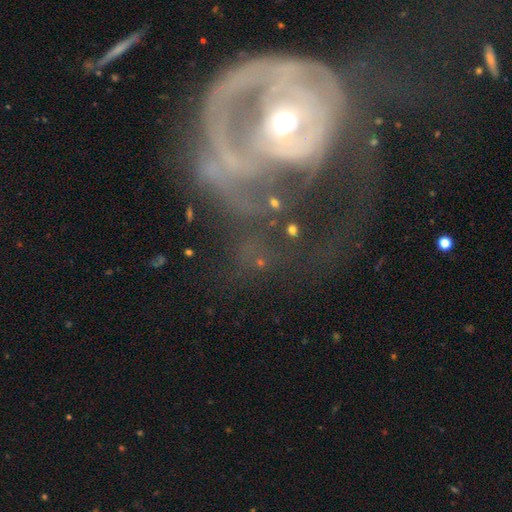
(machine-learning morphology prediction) Smooth or featured? featured or disk (70%)
Edge-on disk? no (96%)
Bar? no (62%)
Spiral arms? yes (56%)
Bulge size? moderate (57%)
Merging? major disturbance (53%)